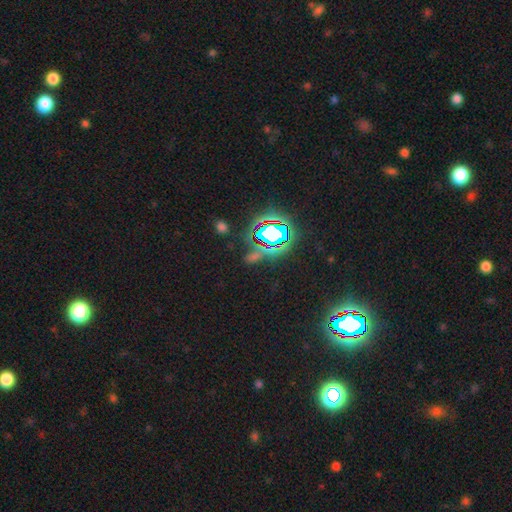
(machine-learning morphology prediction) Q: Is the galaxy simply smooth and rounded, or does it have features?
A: star or artifact — 68%.